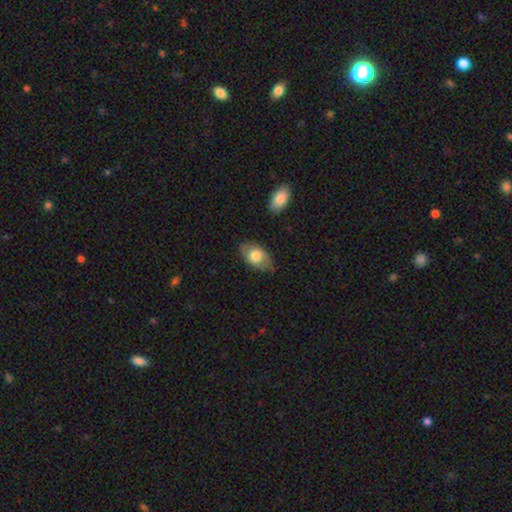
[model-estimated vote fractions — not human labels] Smooth or featured? Predicted: smooth (p=0.73). How rounded? Predicted: in between (p=0.92). Merging? Predicted: none (p=0.75).